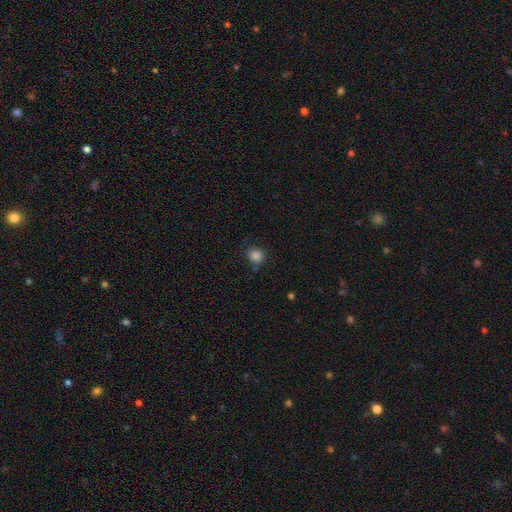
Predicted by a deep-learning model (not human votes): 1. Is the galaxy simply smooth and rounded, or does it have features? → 84% smooth, 12% star or artifact, 4% featured or disk.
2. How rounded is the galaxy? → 80% round, 19% in between, 1% cigar-shaped.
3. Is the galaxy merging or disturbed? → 77% none, 15% minor disturbance, 4% major disturbance, 3% merger.